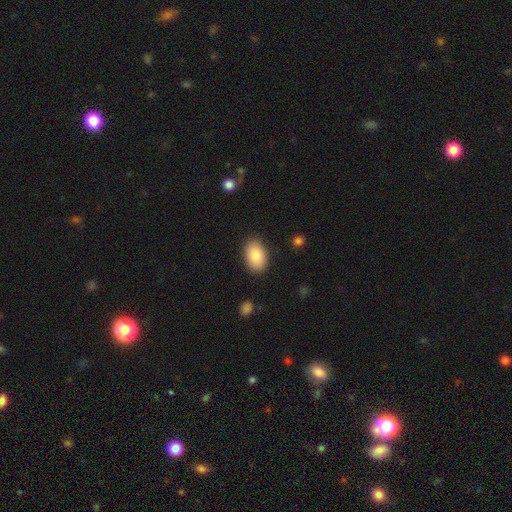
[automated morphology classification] Smooth or featured?
  - smooth: 87% *
  - featured or disk: 7%
  - star or artifact: 6%
How rounded?
  - in between: 92% *
  - round: 7%
  - cigar-shaped: 1%
Merging?
  - none: 87% *
  - minor disturbance: 9%
  - major disturbance: 2%
  - merger: 1%